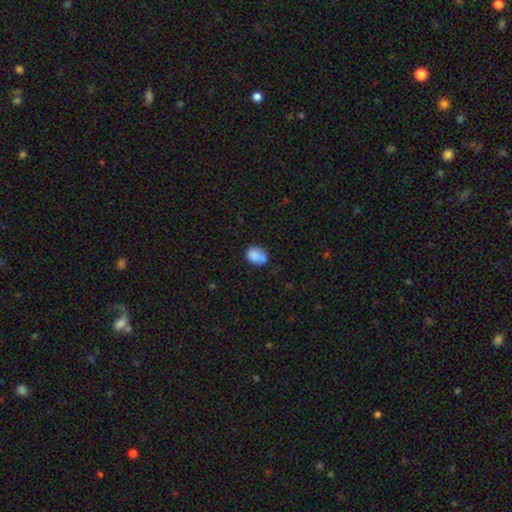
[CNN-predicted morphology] Smooth or featured?
  - smooth: 82% *
  - featured or disk: 9%
  - star or artifact: 9%
How rounded?
  - in between: 55% *
  - round: 44%
  - cigar-shaped: 1%
Merging?
  - none: 55% *
  - minor disturbance: 24%
  - merger: 14%
  - major disturbance: 7%